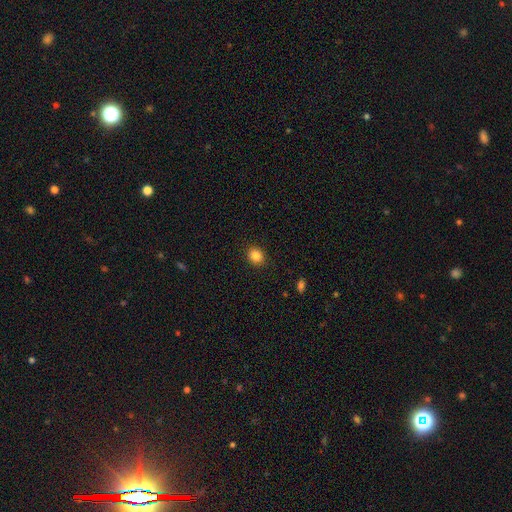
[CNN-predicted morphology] type=smooth (85%); roundness=round (73%); merging=none (91%).